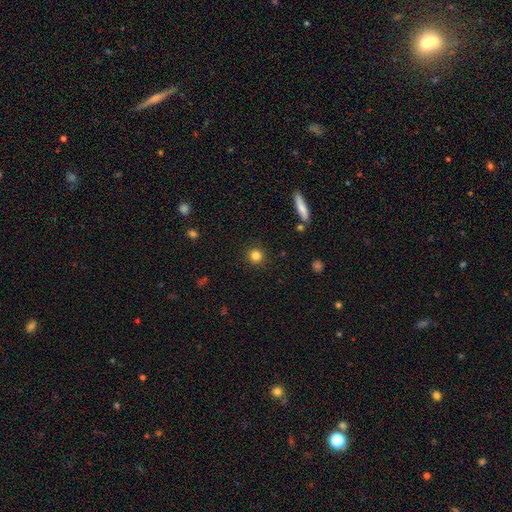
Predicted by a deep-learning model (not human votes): This is clearly a smooth galaxy (83%). How rounded: clearly round (92%). Merging: clearly none (91%).